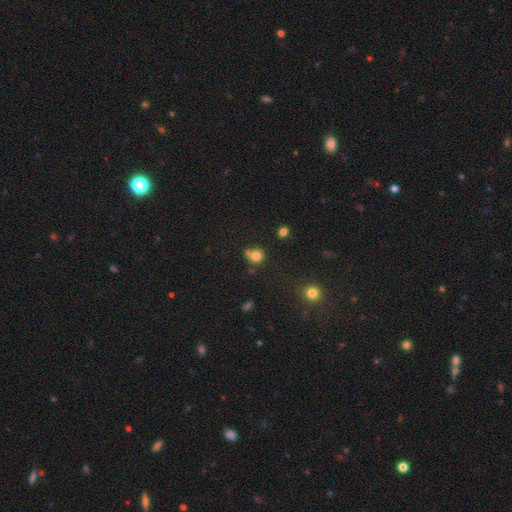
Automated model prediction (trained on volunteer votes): smooth 79%, star or artifact 13%, featured or disk 8%. Down the decision tree: how rounded — round (84%); merging — none (51%).